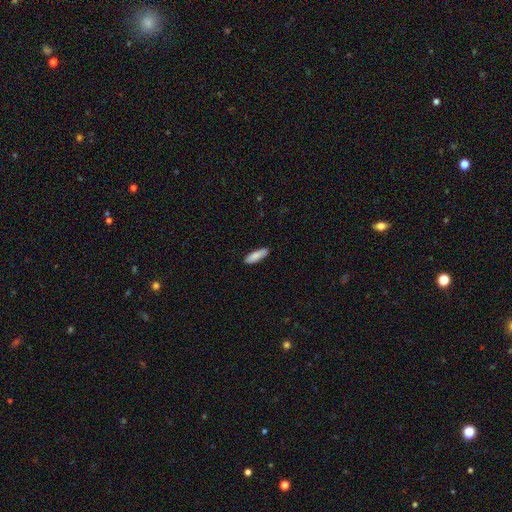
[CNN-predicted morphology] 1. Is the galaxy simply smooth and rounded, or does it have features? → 86% smooth, 8% featured or disk, 6% star or artifact.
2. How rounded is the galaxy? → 52% cigar-shaped, 46% in between, 2% round.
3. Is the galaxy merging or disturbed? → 88% none, 9% minor disturbance, 2% major disturbance, 1% merger.